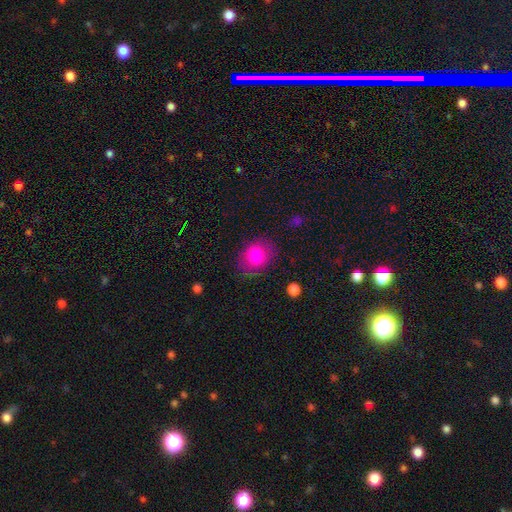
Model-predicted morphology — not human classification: This appears to be a smooth galaxy with no disk features (81%) that is in between round and cigar-shaped (57%). Merging: none (74%).